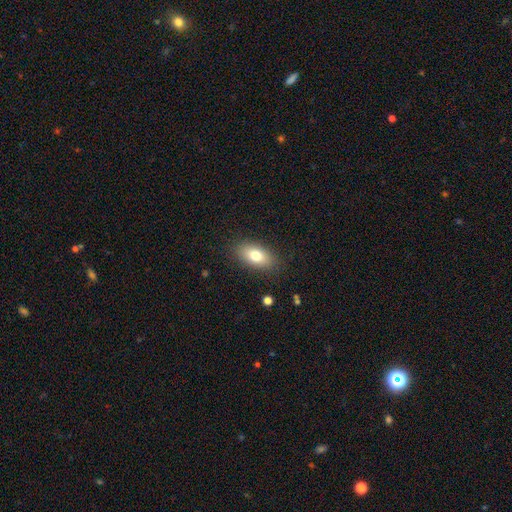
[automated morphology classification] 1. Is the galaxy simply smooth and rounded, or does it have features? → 77% smooth, 15% featured or disk, 8% star or artifact.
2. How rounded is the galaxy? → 88% in between, 6% round, 6% cigar-shaped.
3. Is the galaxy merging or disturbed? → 86% none, 10% minor disturbance, 3% major disturbance, 1% merger.